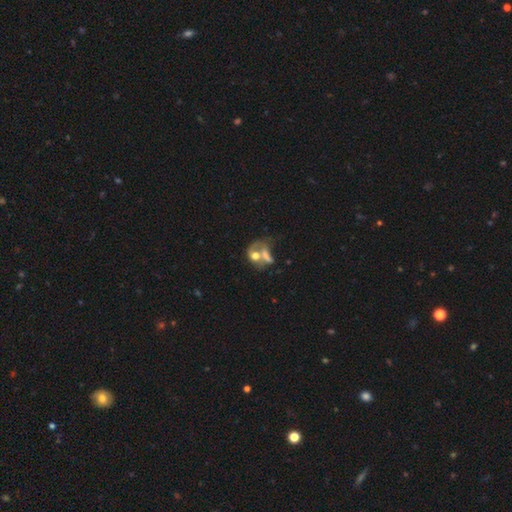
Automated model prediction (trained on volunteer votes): Morphology: type=smooth (49%); merging=merger (61%).